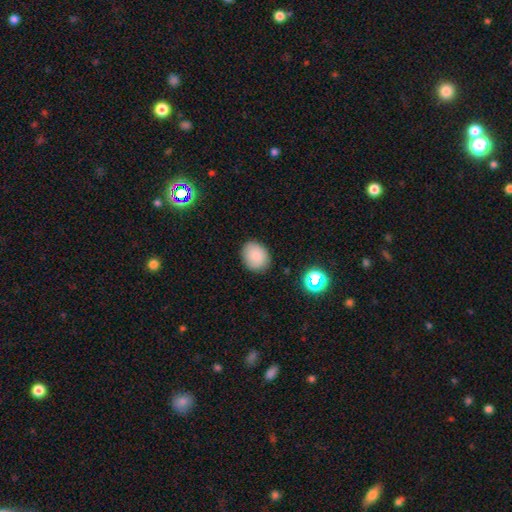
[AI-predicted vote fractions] This is clearly a smooth galaxy (84%). How rounded: possibly round (56%). Merging: clearly none (86%).